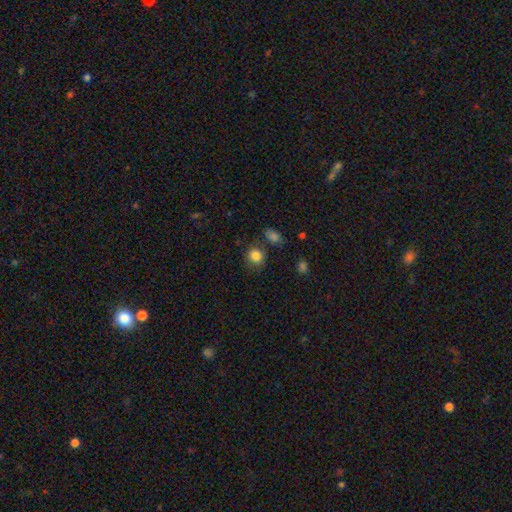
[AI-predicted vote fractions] This is clearly a smooth galaxy (84%). How rounded: likely round (77%). Merging: likely none (75%).